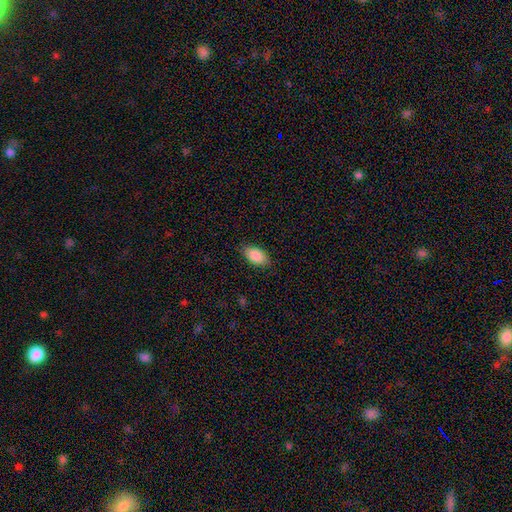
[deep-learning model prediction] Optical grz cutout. It shows a smooth galaxy with no disk features (88%) that is in between round and cigar-shaped (94%). Merging: none (85%).